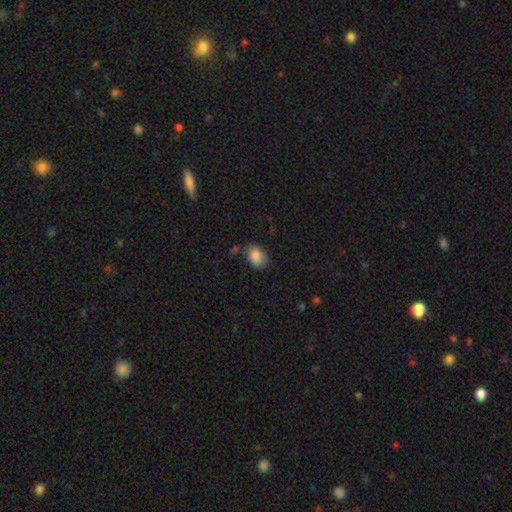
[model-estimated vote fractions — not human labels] smooth 87%, star or artifact 8%, featured or disk 5%. Down the decision tree: how rounded — in between (62%); merging — none (69%).